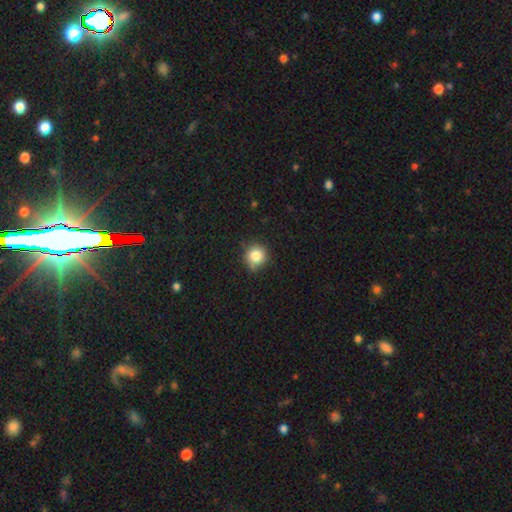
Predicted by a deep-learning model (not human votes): This is clearly a smooth galaxy (82%). How rounded: clearly round (92%). Merging: likely none (74%).